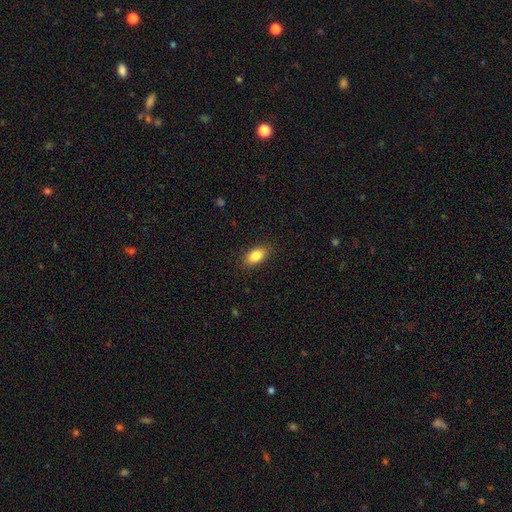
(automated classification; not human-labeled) Smooth or featured: smooth — 85% (star or artifact — 8%)
How rounded: in between — 89% (round — 7%)
Merging: none — 87% (minor disturbance — 9%)